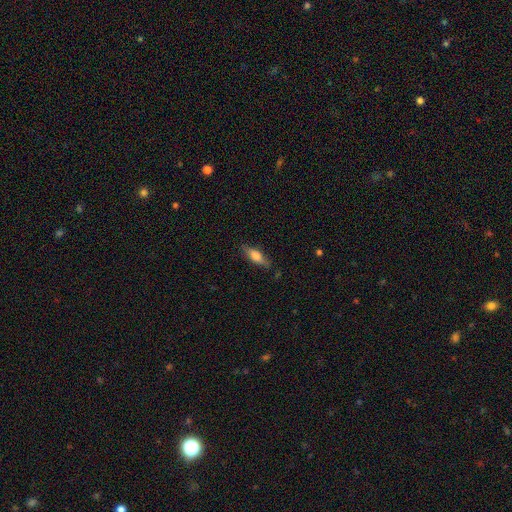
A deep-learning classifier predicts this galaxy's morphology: Smooth or featured? Predicted: smooth (p=0.62). How rounded? Predicted: in between (p=0.54). Merging? Predicted: none (p=0.79).